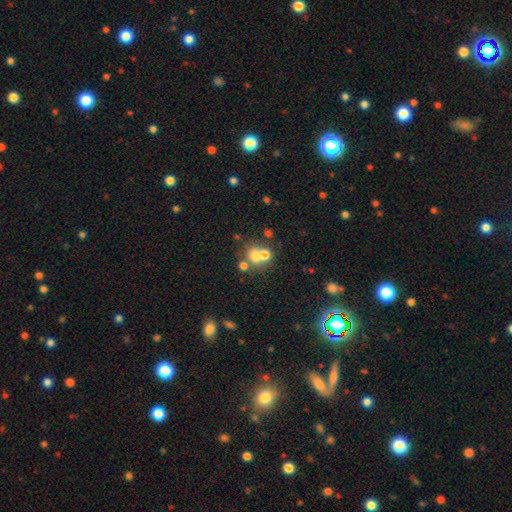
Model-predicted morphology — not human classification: A smooth galaxy with no disk features (66%) that is round (75%). Merging: merger (48%).